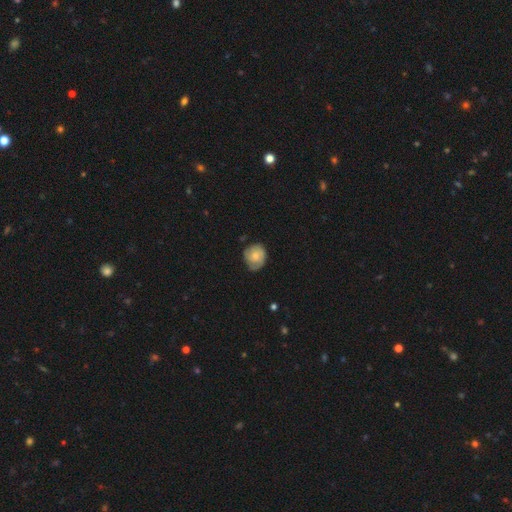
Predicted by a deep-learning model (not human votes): Smooth or featured: smooth — 53% (featured or disk — 40%)
How rounded: round — 76% (in between — 23%)
Merging: none — 61% (minor disturbance — 30%)